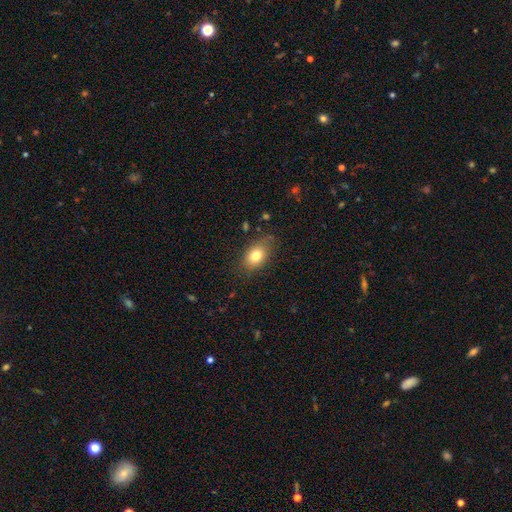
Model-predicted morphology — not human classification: This appears to be a smooth galaxy with no disk features (78%) that is in between round and cigar-shaped (79%). Merging: none (73%).